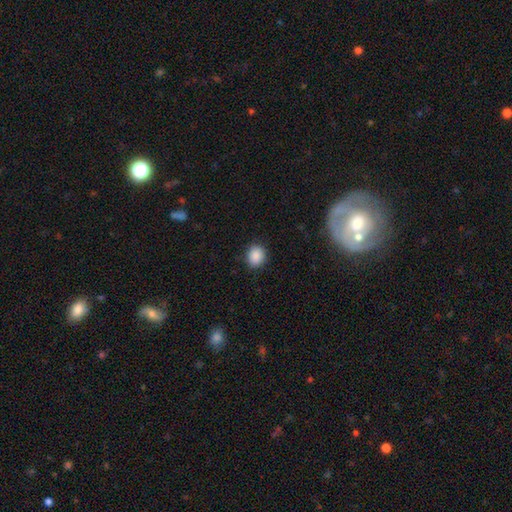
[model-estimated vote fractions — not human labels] Smooth or featured? Predicted: smooth (p=0.88). How rounded? Predicted: round (p=0.67). Merging? Predicted: none (p=0.87).